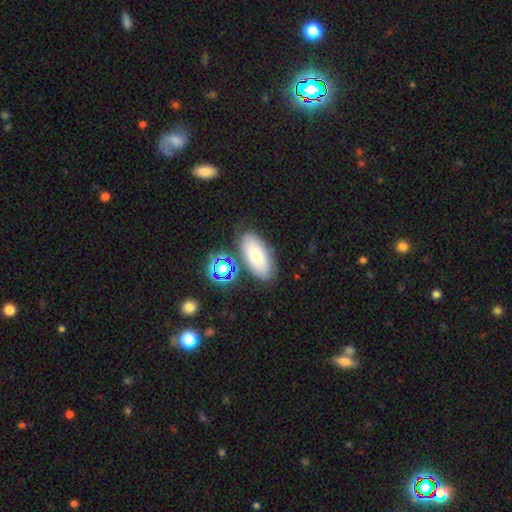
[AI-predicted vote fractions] A smooth galaxy with no disk features (67%) that is in between round and cigar-shaped (87%).

Vote fractions:
- Smooth or featured? smooth: 67% / featured or disk: 21% / star or artifact: 12%
- How rounded? in between: 87% / cigar-shaped: 9% / round: 4%
- Merging? none: 76% / minor disturbance: 14% / merger: 6% / major disturbance: 4%